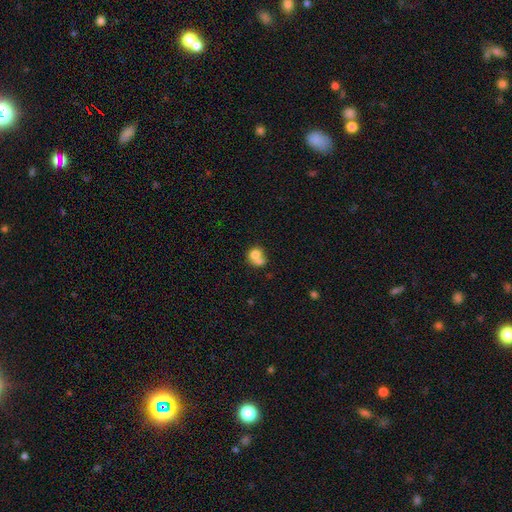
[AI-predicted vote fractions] smooth-or-featured: smooth: 72% | featured or disk: 18% | star or artifact: 10%
  how-rounded: round: 60% | in between: 39% | cigar-shaped: 1%
  merging: merger: 62% | none: 24% | minor disturbance: 8% | major disturbance: 6%